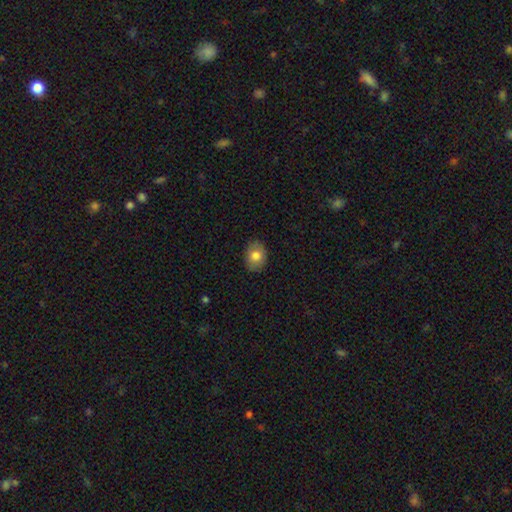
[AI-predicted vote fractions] Overall: smooth (79%). How rounded: in between (63%; round 36%). Merging: none (87%).